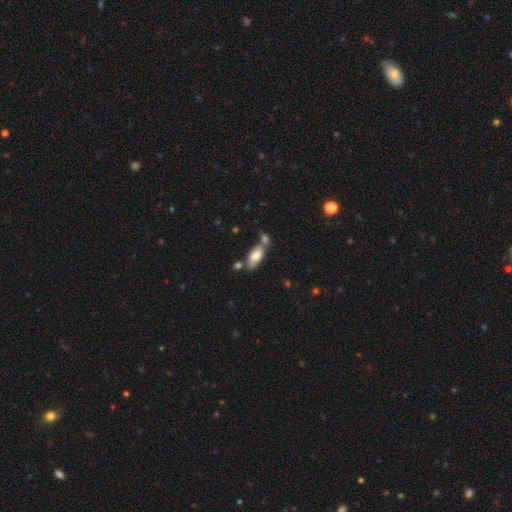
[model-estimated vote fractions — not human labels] A smooth galaxy with no disk features (65%) that is in between round and cigar-shaped (84%).

Vote fractions:
- Smooth or featured? smooth: 65% / featured or disk: 28% / star or artifact: 7%
- How rounded? in between: 84% / cigar-shaped: 12% / round: 3%
- Merging? none: 50% / merger: 29% / minor disturbance: 15% / major disturbance: 5%